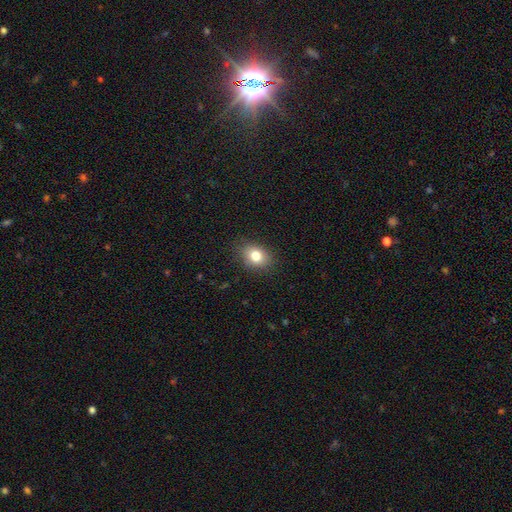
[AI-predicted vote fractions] This appears to be a smooth galaxy with no disk features (80%) that is in between round and cigar-shaped (60%). Merging: none (85%).